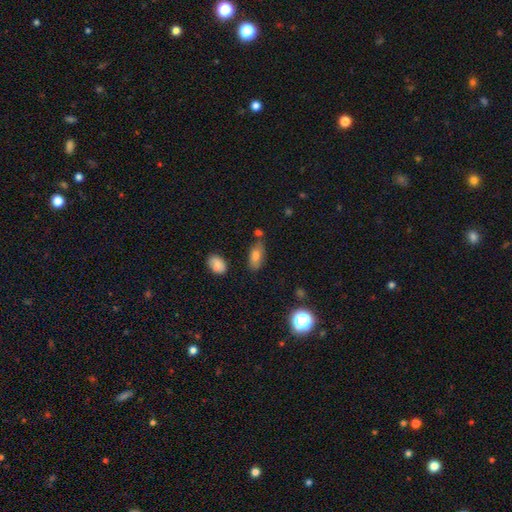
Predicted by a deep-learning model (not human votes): Smooth or featured?
  - smooth: 77% *
  - featured or disk: 14%
  - star or artifact: 9%
How rounded?
  - in between: 88% *
  - cigar-shaped: 8%
  - round: 4%
Merging?
  - none: 70% *
  - minor disturbance: 18%
  - merger: 7%
  - major disturbance: 4%